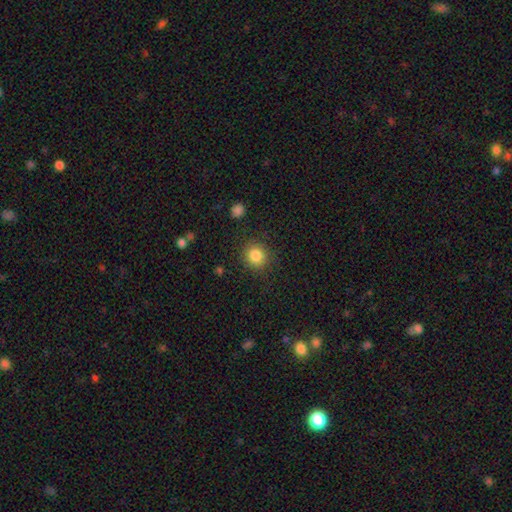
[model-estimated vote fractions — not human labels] Smooth or featured? Predicted: smooth (p=0.85). How rounded? Predicted: round (p=0.89). Merging? Predicted: none (p=0.88).